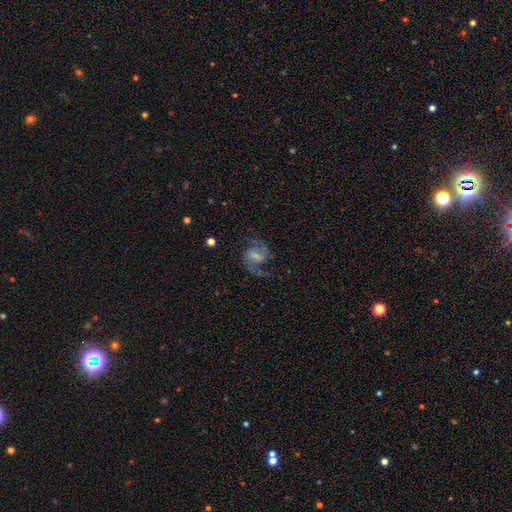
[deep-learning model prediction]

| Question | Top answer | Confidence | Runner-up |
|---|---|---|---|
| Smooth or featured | featured or disk | 82% | smooth (11%) |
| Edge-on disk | no | 98% | yes (2%) |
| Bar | weak | 55% | no (24%) |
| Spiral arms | yes | 95% | no (5%) |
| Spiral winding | medium | 53% | loose (37%) |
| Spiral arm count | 2 | 90% | can't tell (3%) |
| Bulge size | small | 43% | moderate (32%) |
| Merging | none | 68% | minor disturbance (16%) |